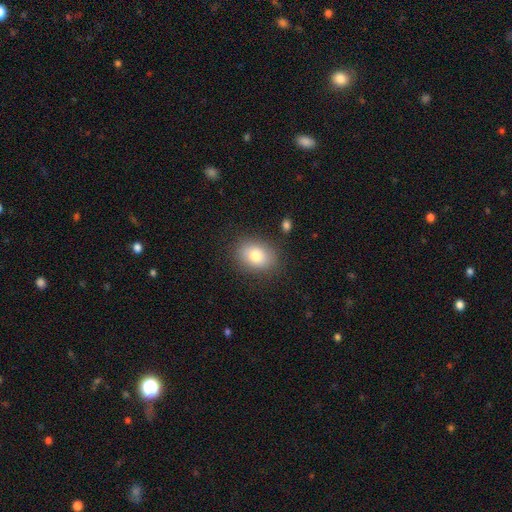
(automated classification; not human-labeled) Overall: smooth (79%). How rounded: in between (64%; round 35%). Merging: none (83%).